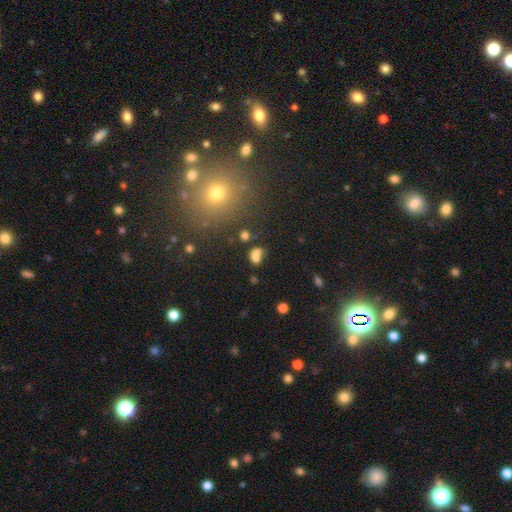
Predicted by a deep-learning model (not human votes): smooth-or-featured: smooth: 70% | star or artifact: 17% | featured or disk: 13%
  how-rounded: in between: 64% | round: 34% | cigar-shaped: 2%
  merging: merger: 43% | none: 33% | minor disturbance: 13% | major disturbance: 11%